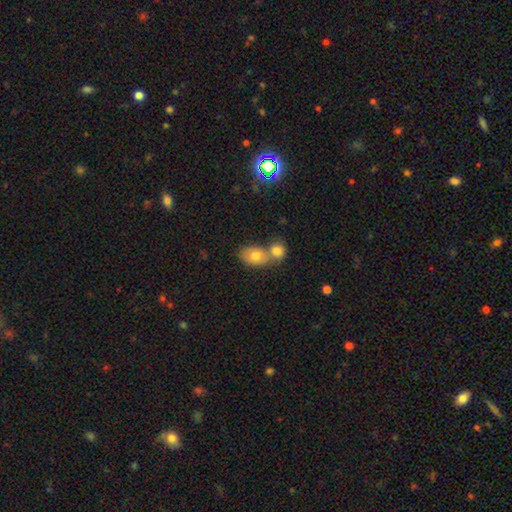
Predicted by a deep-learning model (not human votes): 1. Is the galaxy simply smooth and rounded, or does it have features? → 61% smooth, 20% star or artifact, 19% featured or disk.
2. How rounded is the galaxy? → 69% in between, 29% round, 2% cigar-shaped.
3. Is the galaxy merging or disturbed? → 45% merger, 44% none, 8% minor disturbance, 3% major disturbance.